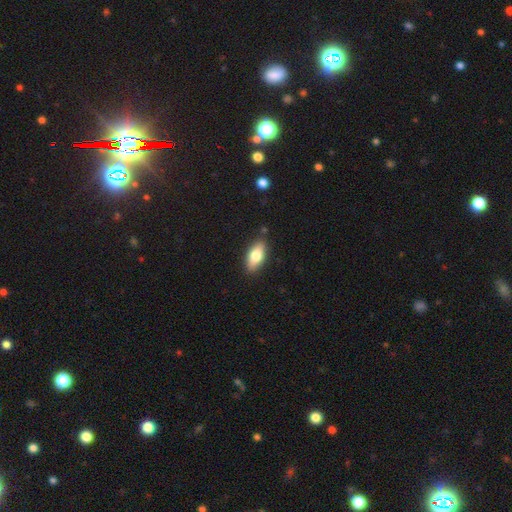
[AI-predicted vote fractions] smooth_or_featured: smooth (p=0.72) [alt: featured or disk p=0.22]
how_rounded: in between (p=0.82) [alt: cigar-shaped p=0.15]
merging: none (p=0.84) [alt: minor disturbance p=0.11]